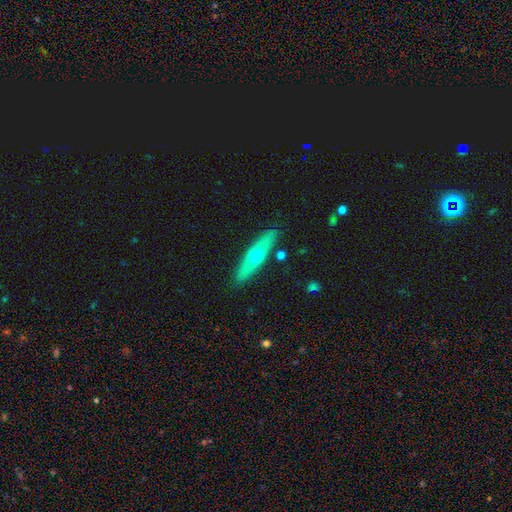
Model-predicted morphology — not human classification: Smooth or featured: featured or disk — 51% (smooth — 43%)
Edge-on disk: yes — 82% (no — 18%)
Merging: none — 88% (minor disturbance — 8%)